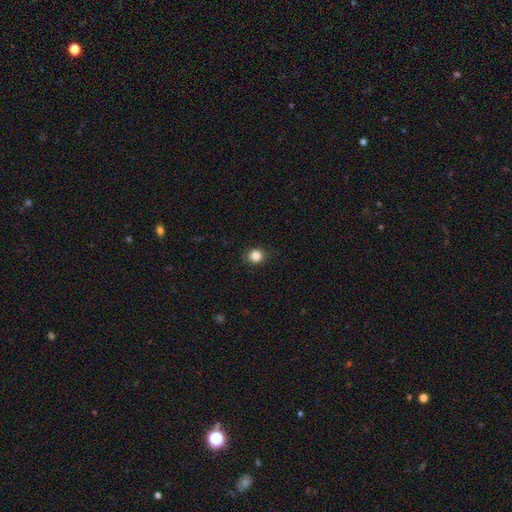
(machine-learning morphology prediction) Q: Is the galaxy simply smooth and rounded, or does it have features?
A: smooth — 85%.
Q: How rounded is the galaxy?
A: round — 81%.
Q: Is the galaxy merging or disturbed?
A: none — 89%.